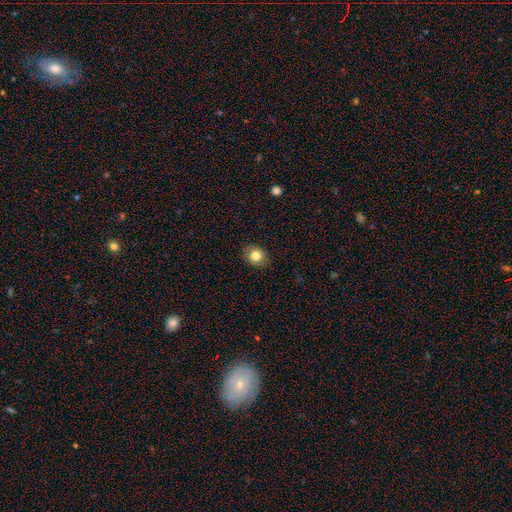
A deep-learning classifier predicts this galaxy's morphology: A smooth galaxy with no disk features (81%) that is round (58%). Merging: none (87%).